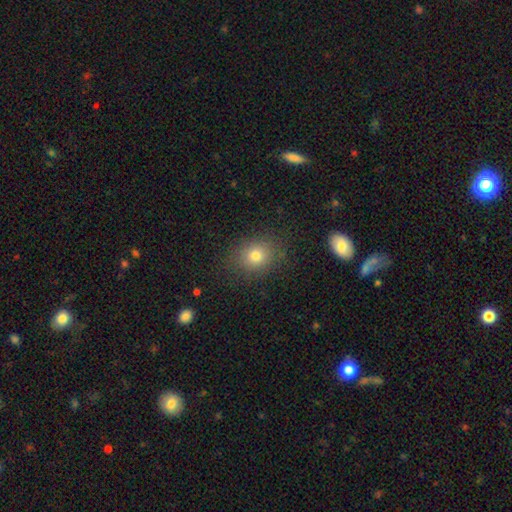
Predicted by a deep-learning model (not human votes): smooth_or_featured: smooth (p=0.77) [alt: star or artifact p=0.13]
how_rounded: round (p=0.61) [alt: in between p=0.38]
merging: none (p=0.83) [alt: minor disturbance p=0.11]